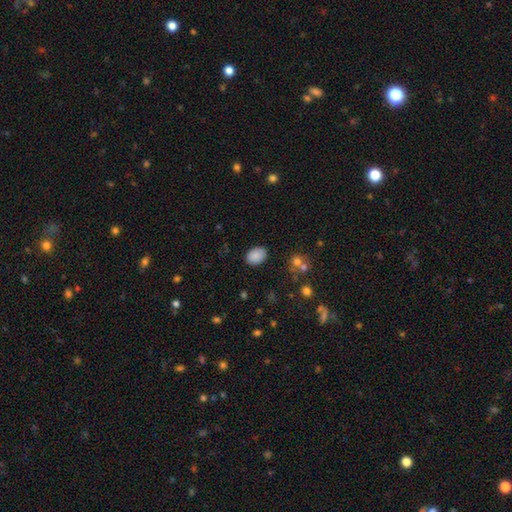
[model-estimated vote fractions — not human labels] Q: Smooth or featured?
A: smooth (87%); runner-up: star or artifact (8%)
Q: How rounded?
A: in between (78%); runner-up: round (21%)
Q: Merging?
A: none (85%); runner-up: minor disturbance (10%)